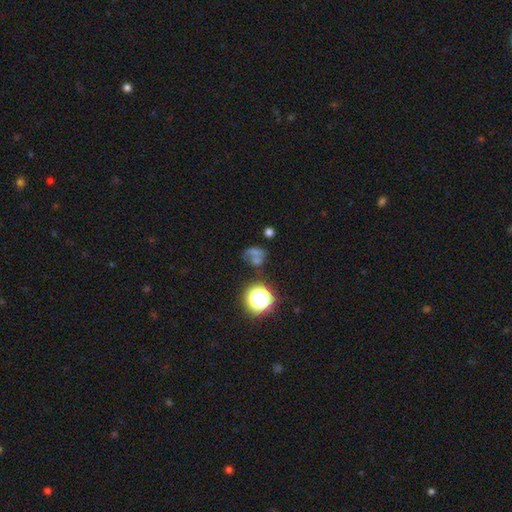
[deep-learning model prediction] Smooth or featured? smooth (51%)
How rounded? round (58%)
Merging? none (37%)